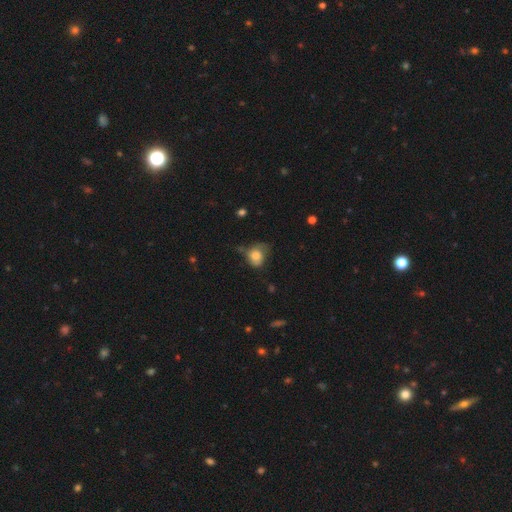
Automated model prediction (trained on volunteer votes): Smooth or featured: smooth — 75% (featured or disk — 16%)
How rounded: round — 58% (in between — 41%)
Merging: minor disturbance — 37% (none — 35%)